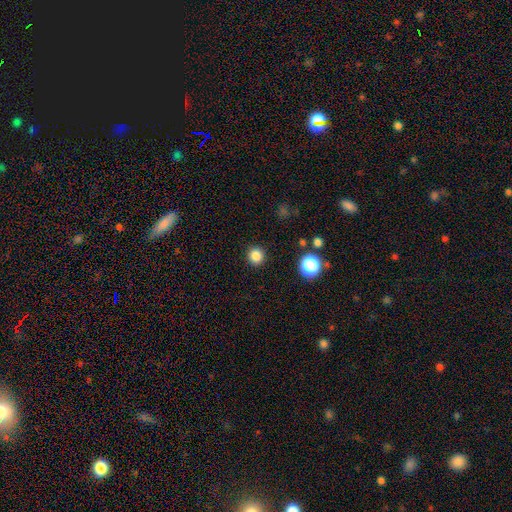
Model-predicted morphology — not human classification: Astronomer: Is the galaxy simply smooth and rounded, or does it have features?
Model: smooth — 83%.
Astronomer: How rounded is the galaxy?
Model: round — 94%.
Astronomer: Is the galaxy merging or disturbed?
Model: none — 91%.